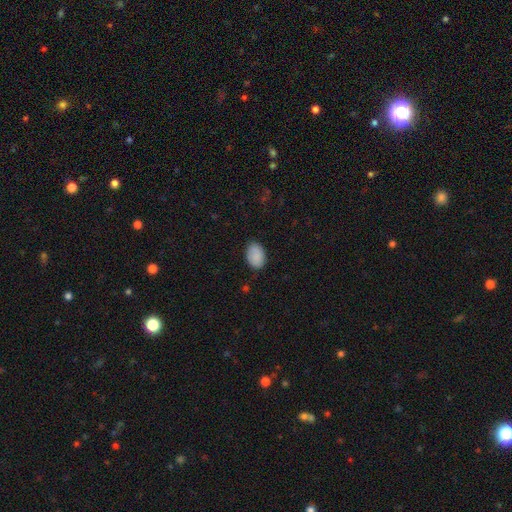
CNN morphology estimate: Smooth or featured? smooth (88%)
How rounded? in between (86%)
Merging? none (82%)